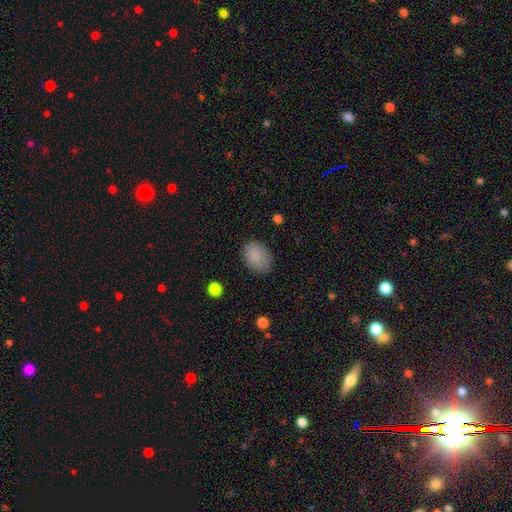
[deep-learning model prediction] smooth-or-featured: smooth: 88% | star or artifact: 7% | featured or disk: 4%
  how-rounded: in between: 79% | round: 20% | cigar-shaped: 1%
  merging: none: 83% | minor disturbance: 12% | major disturbance: 3% | merger: 1%